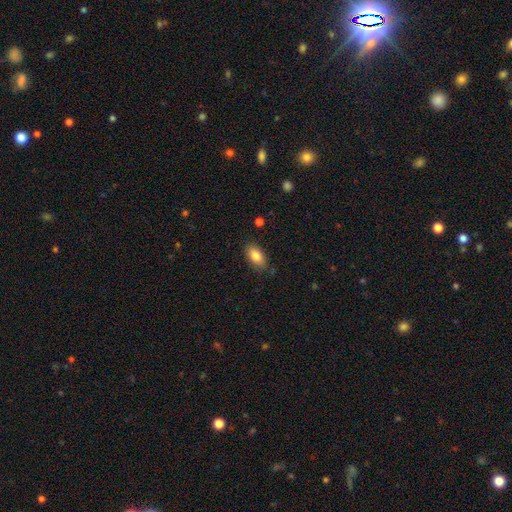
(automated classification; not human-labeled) Smooth or featured: smooth — 84% (featured or disk — 9%)
How rounded: in between — 91% (cigar-shaped — 5%)
Merging: none — 82% (minor disturbance — 14%)